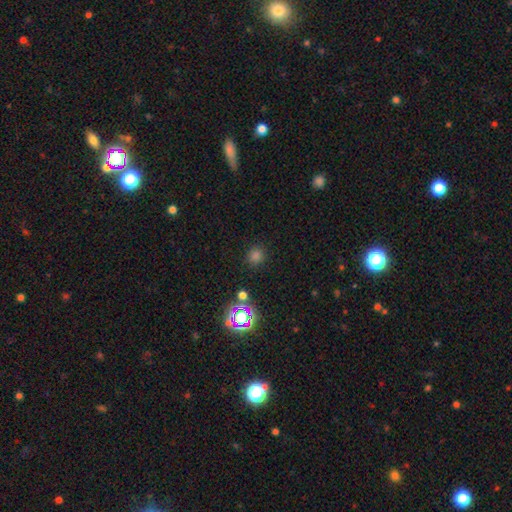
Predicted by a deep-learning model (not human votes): Smooth or featured?
  - smooth: 69% *
  - star or artifact: 26%
  - featured or disk: 5%
How rounded?
  - round: 87% *
  - in between: 12%
  - cigar-shaped: 1%
Merging?
  - none: 87% *
  - minor disturbance: 8%
  - major disturbance: 3%
  - merger: 3%